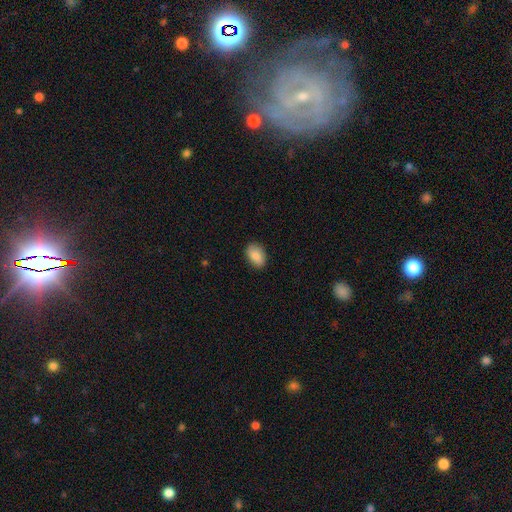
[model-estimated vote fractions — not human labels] Smooth or featured: smooth — 86% (star or artifact — 7%)
How rounded: in between — 88% (round — 10%)
Merging: none — 86% (minor disturbance — 11%)